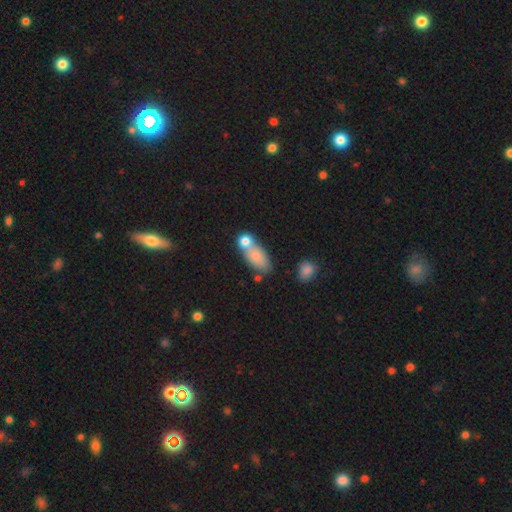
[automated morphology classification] Smooth or featured? Predicted: smooth (p=0.75). How rounded? Predicted: in between (p=0.77). Merging? Predicted: merger (p=0.42).